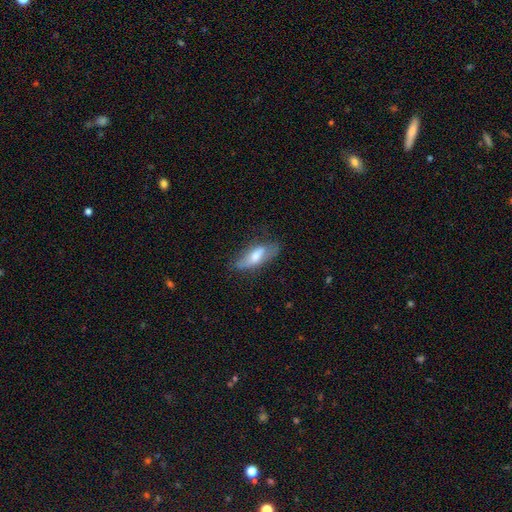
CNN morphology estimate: Smooth or featured? Predicted: smooth (p=0.58). How rounded? Predicted: in between (p=0.65). Merging? Predicted: none (p=0.62).